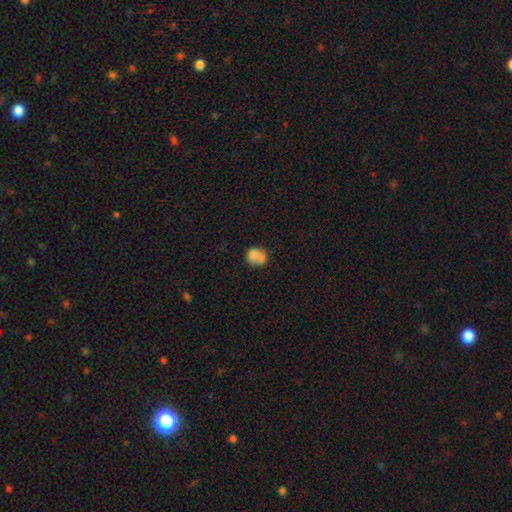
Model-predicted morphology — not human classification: A smooth galaxy with no disk features (76%) that is round (75%). Merging: none (41%).